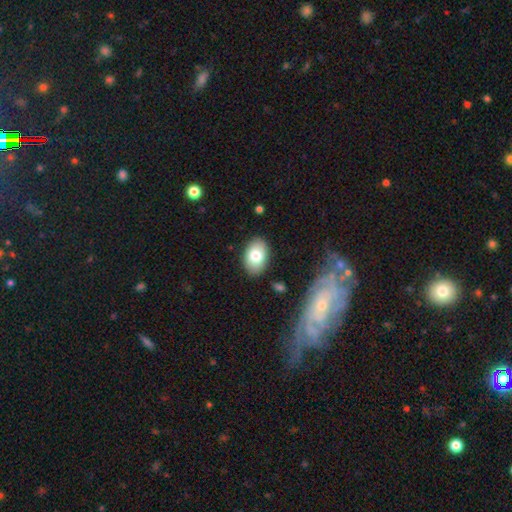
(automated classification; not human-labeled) smooth-or-featured: smooth: 79% | featured or disk: 14% | star or artifact: 7%
  how-rounded: in between: 89% | round: 10% | cigar-shaped: 1%
  merging: none: 86% | minor disturbance: 10% | major disturbance: 2% | merger: 2%